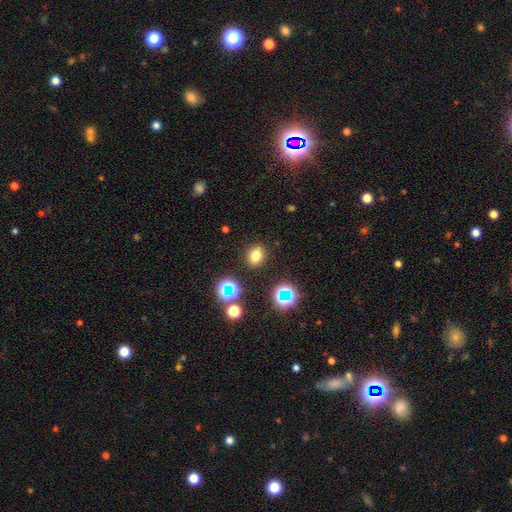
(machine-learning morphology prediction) type=smooth (75%); roundness=in between (50%); merging=none (87%).